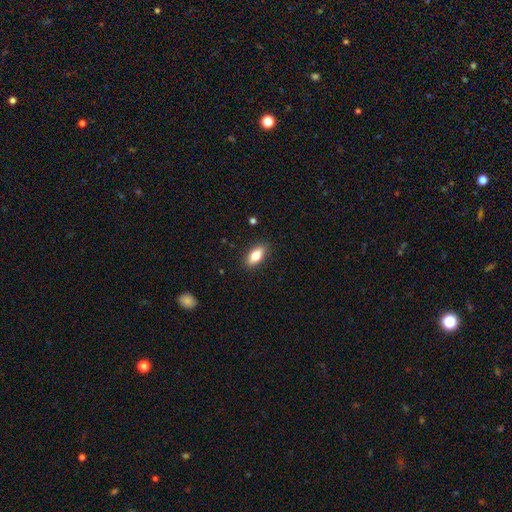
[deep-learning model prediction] Smooth or featured? Predicted: smooth (p=0.76). How rounded? Predicted: in between (p=0.83). Merging? Predicted: none (p=0.88).